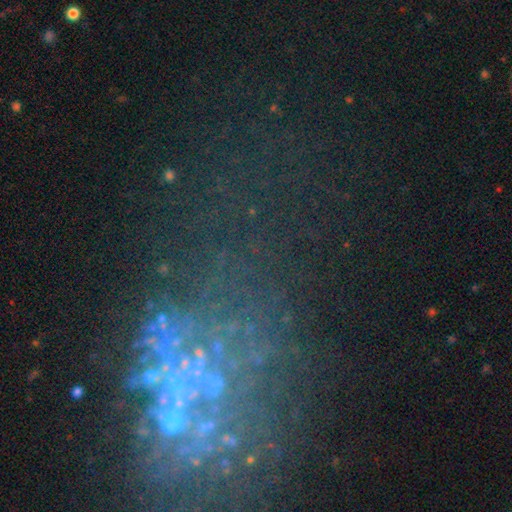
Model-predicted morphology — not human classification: Q: Smooth or featured?
A: star or artifact (54%); runner-up: featured or disk (32%)